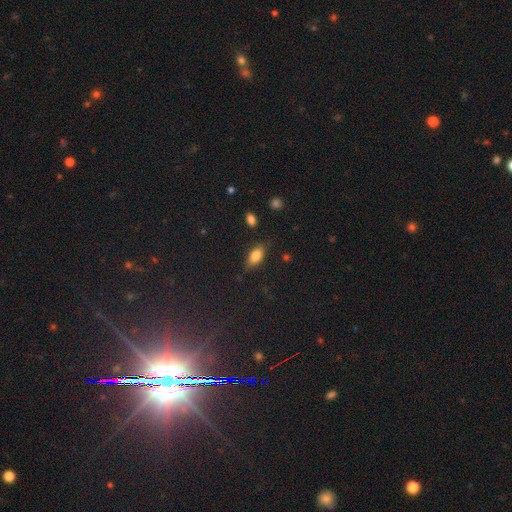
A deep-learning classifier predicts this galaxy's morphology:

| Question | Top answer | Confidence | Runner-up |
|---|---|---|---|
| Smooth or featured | smooth | 80% | featured or disk (11%) |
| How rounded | in between | 87% | cigar-shaped (9%) |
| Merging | none | 78% | minor disturbance (16%) |